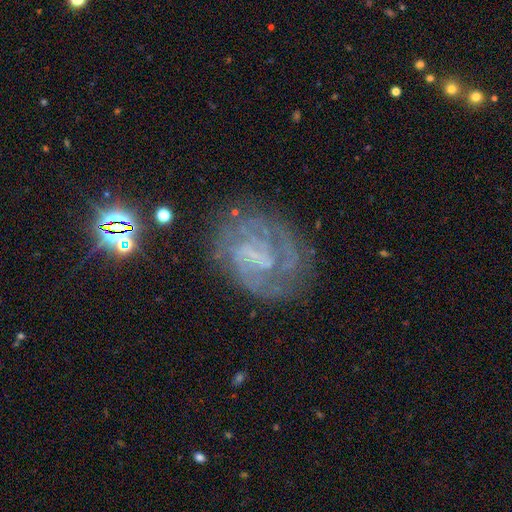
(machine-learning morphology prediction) A featured or disk galaxy (80%) with a weak bar (48%), 2 (45%) tight (51%) spiral arms (89%) and no central bulge (54%).

Vote fractions:
- Smooth or featured? featured or disk: 80% / smooth: 10% / star or artifact: 10%
- Edge-on disk? no: 98% / yes: 2%
- Bar? weak: 48% / no: 30% / strong: 22%
- Spiral arms? yes: 89% / no: 11%
- Spiral winding? tight: 51% / medium: 38% / loose: 11%
- Spiral arm count? 2: 45% / can't tell: 30% / 3: 12% / 1: 6% / 4: 4% / more than 4: 4%
- Bulge size? none: 54% / small: 32% / moderate: 11% / large: 2% / dominant: 1%
- Merging? none: 67% / minor disturbance: 18% / major disturbance: 12% / merger: 2%